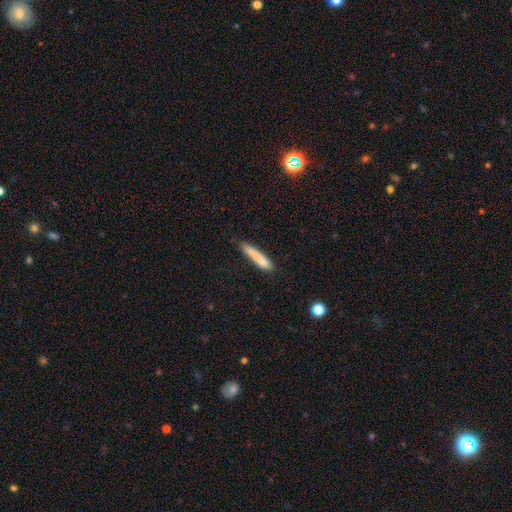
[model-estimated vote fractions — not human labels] This is clearly a smooth galaxy (80%). How rounded: clearly cigar-shaped (93%). Merging: likely none (76%).